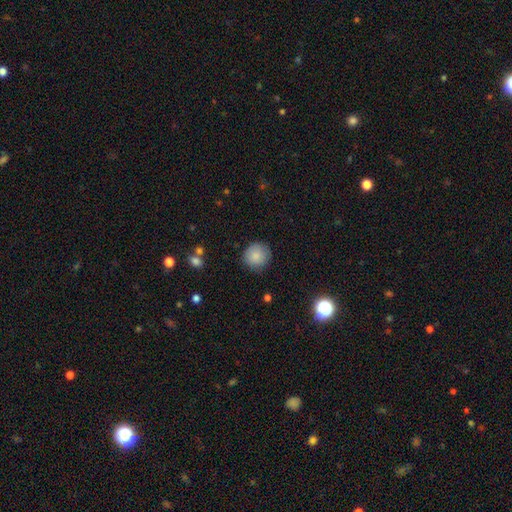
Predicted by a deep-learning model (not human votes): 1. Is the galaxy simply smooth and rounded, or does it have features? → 86% smooth, 8% star or artifact, 6% featured or disk.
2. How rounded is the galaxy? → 93% round, 6% in between, 1% cigar-shaped.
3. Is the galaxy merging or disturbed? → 85% none, 11% minor disturbance, 3% major disturbance, 1% merger.